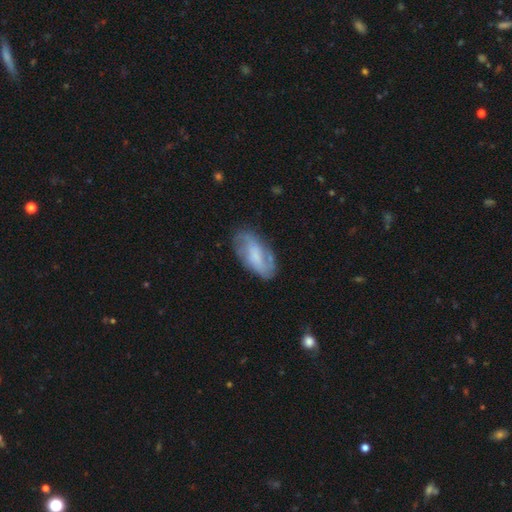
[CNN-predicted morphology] smooth-or-featured: featured or disk: 56% | smooth: 37% | star or artifact: 7%
  disk-edge-on: no: 92% | yes: 8%
    bar: weak: 44% | no: 38% | strong: 18%
    has-spiral-arms: yes: 81% | no: 19%
    bulge-size: none: 33% | small: 32% | moderate: 25% | large: 8% | dominant: 2%
  merging: none: 70% | minor disturbance: 21% | major disturbance: 7% | merger: 2%